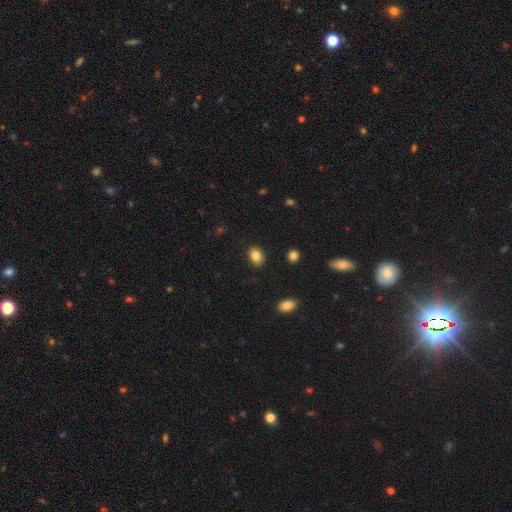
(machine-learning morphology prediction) smooth_or_featured: smooth (p=0.84) [alt: star or artifact p=0.09]
how_rounded: in between (p=0.72) [alt: round p=0.27]
merging: none (p=0.85) [alt: minor disturbance p=0.11]